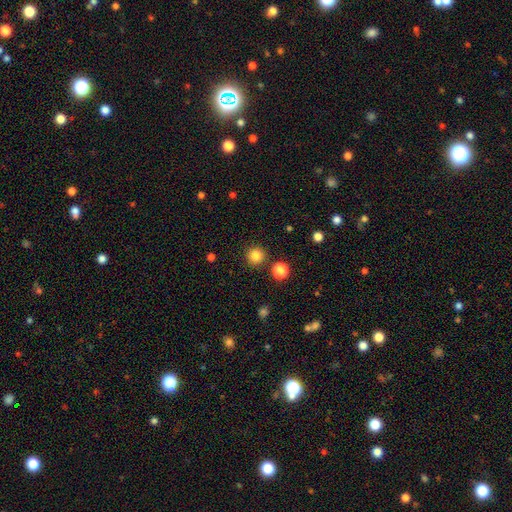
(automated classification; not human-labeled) The model was most divided on "smooth or featured": smooth: 84%, star or artifact: 12%, featured or disk: 4%. More confident: how rounded — round (95%); merging — none (88%).